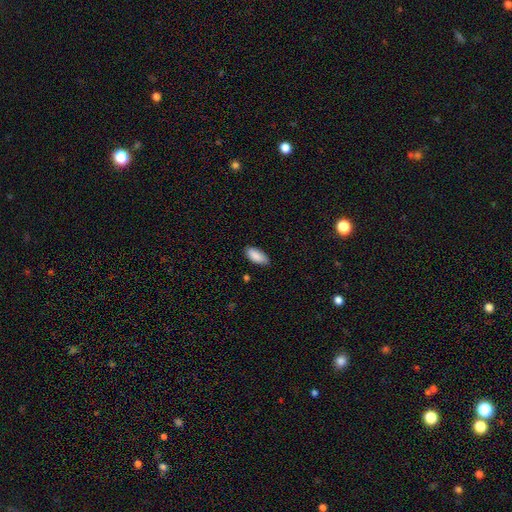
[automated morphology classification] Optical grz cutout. It shows a smooth galaxy with no disk features (89%) that is in between round and cigar-shaped (88%). Merging: none (83%).